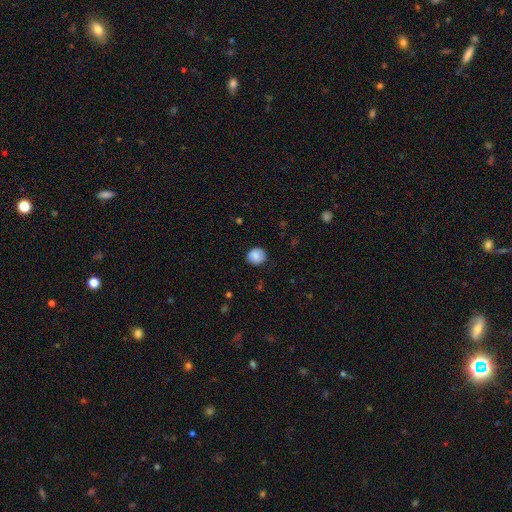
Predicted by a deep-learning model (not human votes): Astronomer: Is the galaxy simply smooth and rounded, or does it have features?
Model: smooth — 86%.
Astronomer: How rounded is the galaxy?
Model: round — 81%.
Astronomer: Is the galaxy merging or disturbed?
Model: none — 85%.